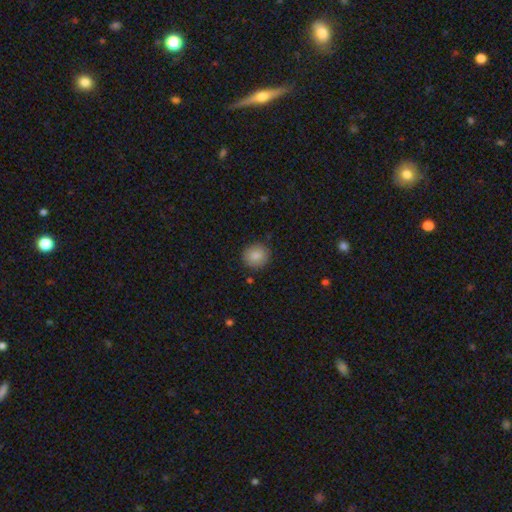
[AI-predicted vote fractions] This appears to be a smooth galaxy with no disk features (87%) that is round (87%). Merging: none (87%).